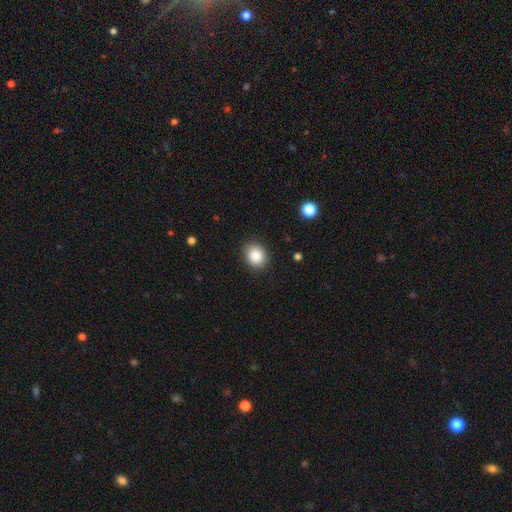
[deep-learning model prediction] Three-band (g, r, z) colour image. It shows a smooth galaxy with no disk features (87%) that is round (63%). Merging: none (88%).